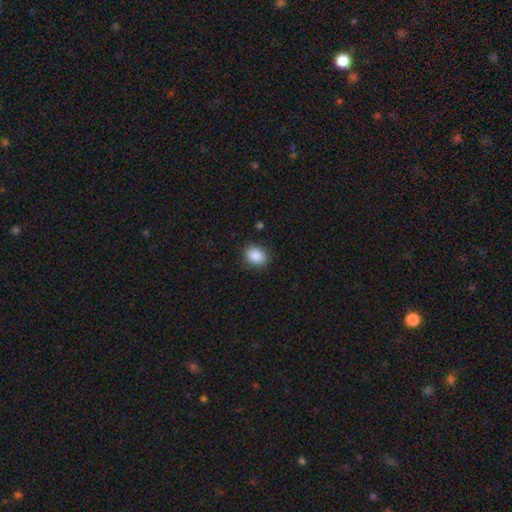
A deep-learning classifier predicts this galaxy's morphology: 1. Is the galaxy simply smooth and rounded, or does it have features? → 88% smooth, 8% star or artifact, 3% featured or disk.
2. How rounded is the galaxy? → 58% round, 42% in between, 1% cigar-shaped.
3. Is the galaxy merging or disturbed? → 83% none, 12% minor disturbance, 3% major disturbance, 1% merger.